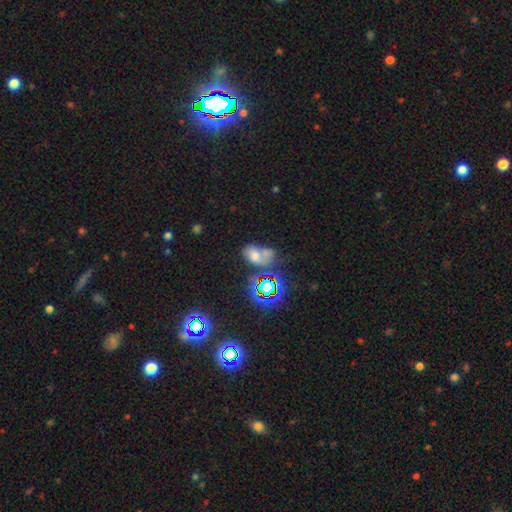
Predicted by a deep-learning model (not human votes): Smooth or featured: smooth — 52% (star or artifact — 30%)
How rounded: in between — 81% (round — 18%)
Merging: merger — 41% (none — 29%)